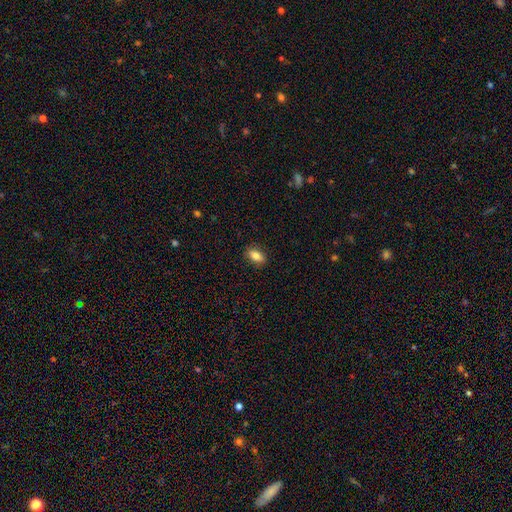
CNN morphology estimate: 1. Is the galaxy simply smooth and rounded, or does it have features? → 83% smooth, 9% featured or disk, 8% star or artifact.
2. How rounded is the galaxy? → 87% in between, 8% round, 5% cigar-shaped.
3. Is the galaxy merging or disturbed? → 87% none, 9% minor disturbance, 2% major disturbance, 1% merger.